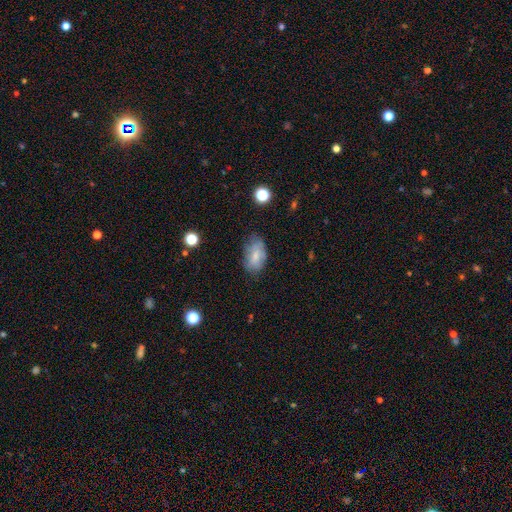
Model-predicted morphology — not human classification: Q: Smooth or featured?
A: smooth (68%); runner-up: featured or disk (24%)
Q: How rounded?
A: in between (91%); runner-up: round (7%)
Q: Merging?
A: none (66%); runner-up: minor disturbance (25%)